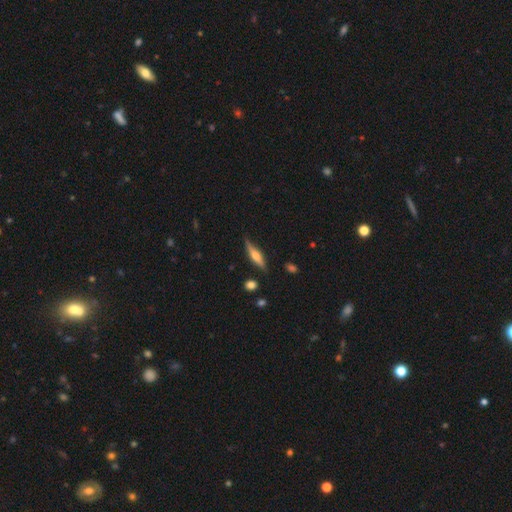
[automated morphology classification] This is possibly a featured or disk galaxy (53%). It is clearly viewed edge-on (94%). Merging: likely none (77%).